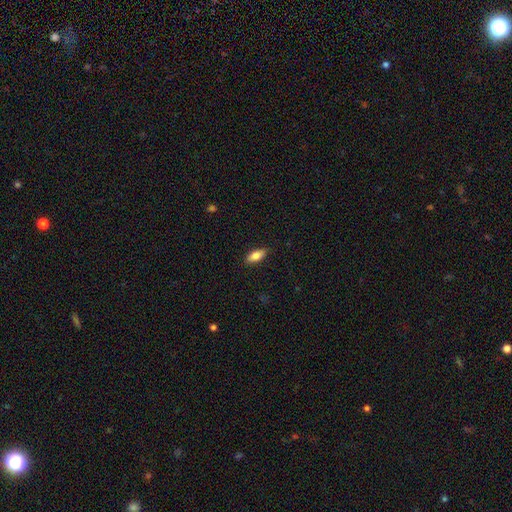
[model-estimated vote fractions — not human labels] smooth_or_featured: smooth (p=0.81) [alt: featured or disk p=0.13]
how_rounded: in between (p=0.82) [alt: cigar-shaped p=0.15]
merging: none (p=0.87) [alt: minor disturbance p=0.10]